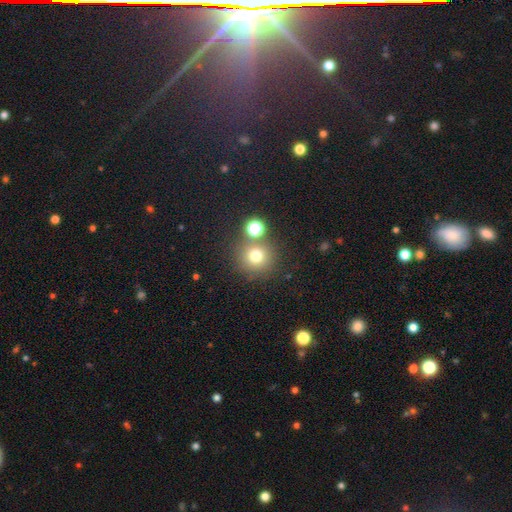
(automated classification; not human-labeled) A smooth galaxy with no disk features (74%) that is round (93%).

Vote fractions:
- Smooth or featured? smooth: 74% / star or artifact: 17% / featured or disk: 9%
- How rounded? round: 93% / in between: 6% / cigar-shaped: 1%
- Merging? none: 75% / merger: 14% / minor disturbance: 8% / major disturbance: 4%